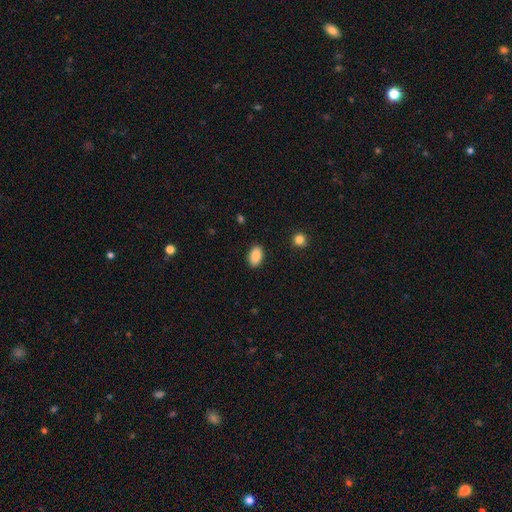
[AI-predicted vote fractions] This is clearly a smooth galaxy (88%). How rounded: clearly in between (92%). Merging: clearly none (89%).